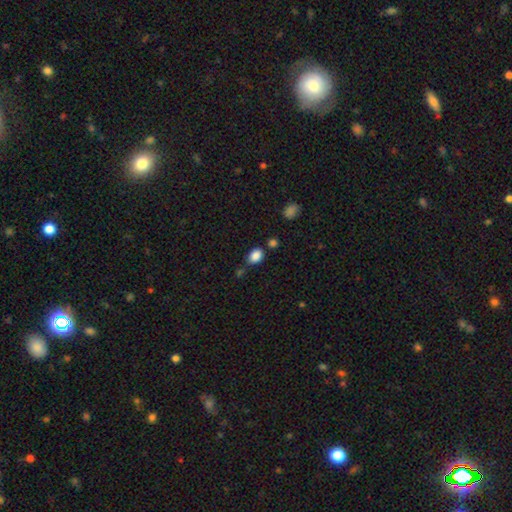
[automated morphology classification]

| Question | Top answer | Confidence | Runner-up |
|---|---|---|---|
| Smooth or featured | smooth | 86% | star or artifact (10%) |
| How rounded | in between | 71% | round (28%) |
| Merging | none | 70% | minor disturbance (16%) |